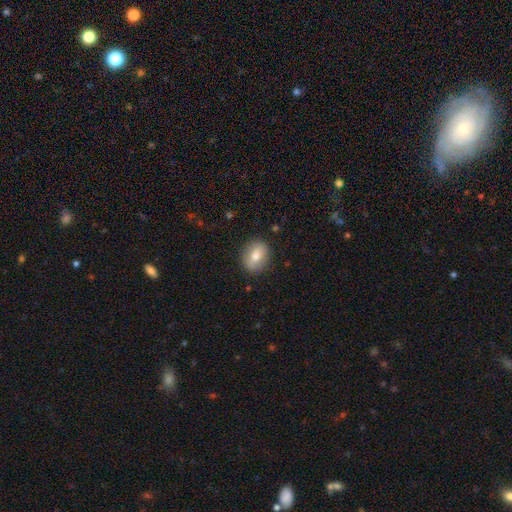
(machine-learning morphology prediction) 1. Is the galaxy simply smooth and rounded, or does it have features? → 69% smooth, 23% featured or disk, 8% star or artifact.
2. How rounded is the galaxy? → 58% in between, 40% round, 2% cigar-shaped.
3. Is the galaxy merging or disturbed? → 86% none, 10% minor disturbance, 3% major disturbance, 1% merger.